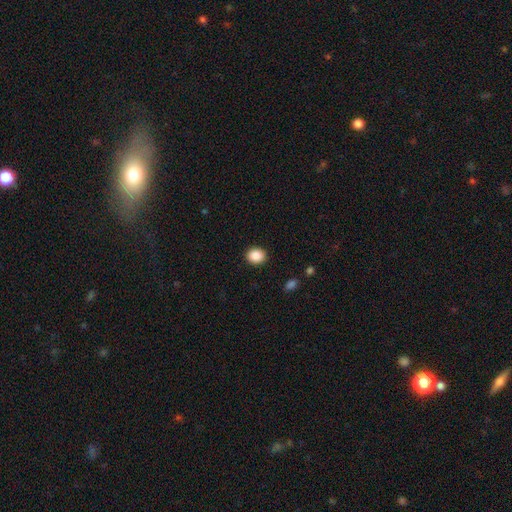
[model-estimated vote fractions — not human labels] smooth-or-featured: smooth: 89% | star or artifact: 8% | featured or disk: 3%
  how-rounded: round: 60% | in between: 40% | cigar-shaped: 1%
  merging: none: 91% | minor disturbance: 6% | major disturbance: 2% | merger: 1%